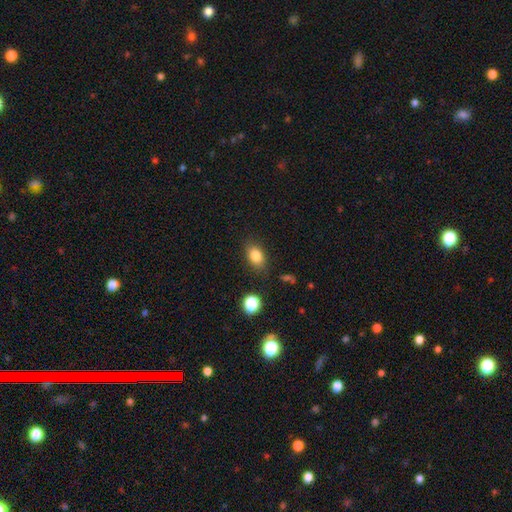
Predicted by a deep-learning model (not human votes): Smooth or featured: smooth — 82% (star or artifact — 10%)
How rounded: in between — 79% (round — 19%)
Merging: none — 82% (minor disturbance — 12%)